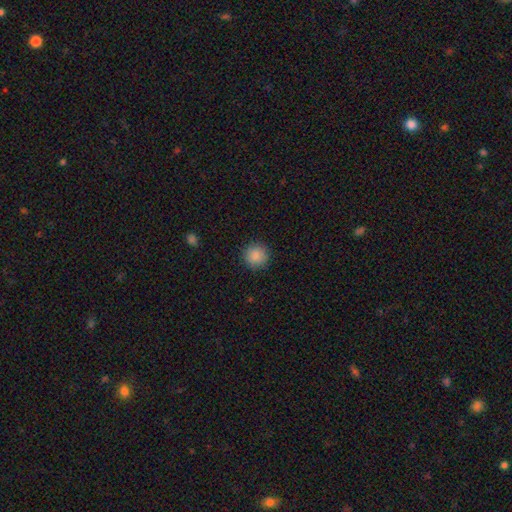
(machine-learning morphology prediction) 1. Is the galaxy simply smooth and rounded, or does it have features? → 88% smooth, 9% star or artifact, 3% featured or disk.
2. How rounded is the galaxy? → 95% round, 4% in between, 1% cigar-shaped.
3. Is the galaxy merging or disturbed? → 91% none, 6% minor disturbance, 2% major disturbance, 1% merger.